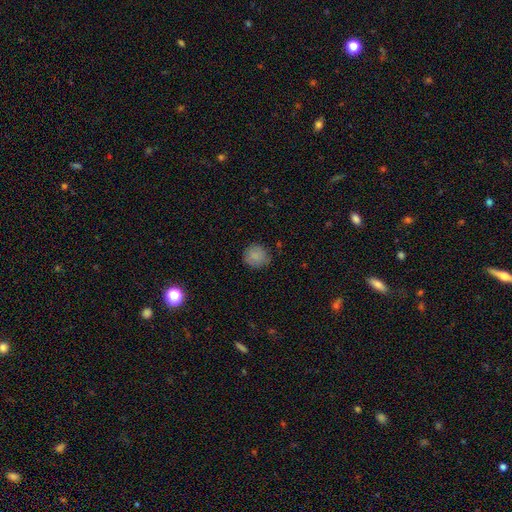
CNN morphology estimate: smooth 83%, star or artifact 8%, featured or disk 8%. Down the decision tree: how rounded — round (88%); merging — none (80%).